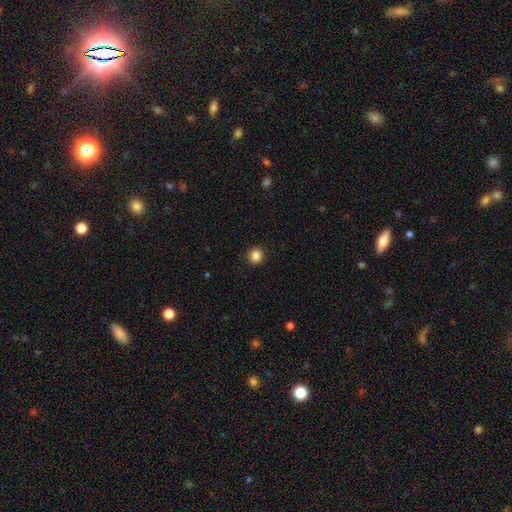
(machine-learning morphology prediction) smooth-or-featured: smooth: 87% | star or artifact: 10% | featured or disk: 3%
  how-rounded: round: 86% | in between: 13% | cigar-shaped: 1%
  merging: none: 91% | minor disturbance: 6% | major disturbance: 2% | merger: 1%